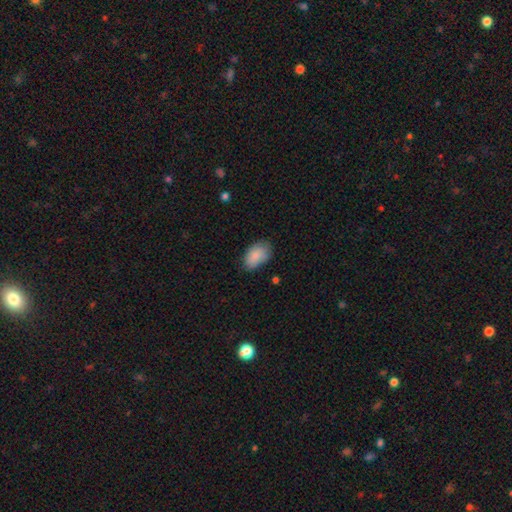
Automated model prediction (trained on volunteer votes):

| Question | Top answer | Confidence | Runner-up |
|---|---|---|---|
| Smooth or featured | smooth | 87% | star or artifact (7%) |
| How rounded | in between | 91% | round (8%) |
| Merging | none | 66% | minor disturbance (27%) |